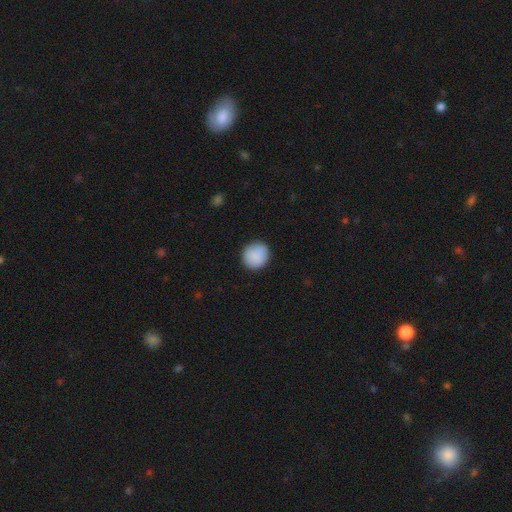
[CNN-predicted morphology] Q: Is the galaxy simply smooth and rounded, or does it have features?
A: smooth — 89%.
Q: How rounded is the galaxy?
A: round — 91%.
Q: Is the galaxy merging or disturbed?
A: none — 89%.